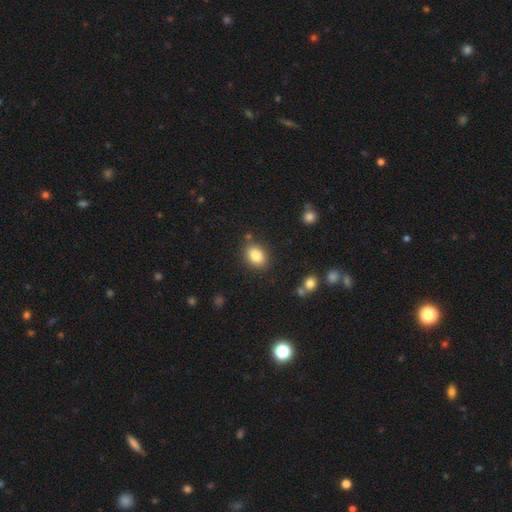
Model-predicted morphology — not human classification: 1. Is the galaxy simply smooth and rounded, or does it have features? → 84% smooth, 9% star or artifact, 7% featured or disk.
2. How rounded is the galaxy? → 65% in between, 34% round, 1% cigar-shaped.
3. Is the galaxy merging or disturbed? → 83% none, 11% minor disturbance, 4% merger, 3% major disturbance.